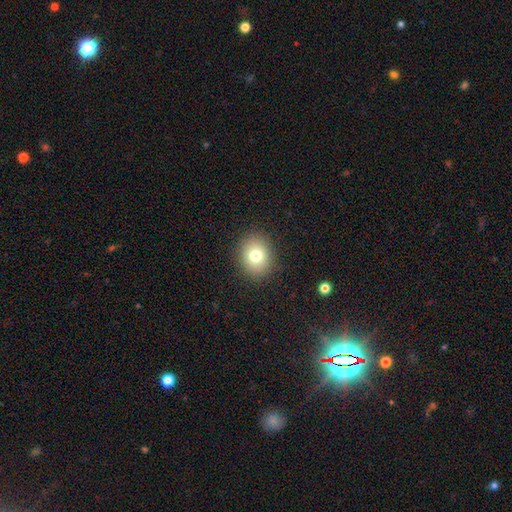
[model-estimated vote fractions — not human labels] A smooth galaxy with no disk features (77%) that is round (61%). Merging: none (89%).